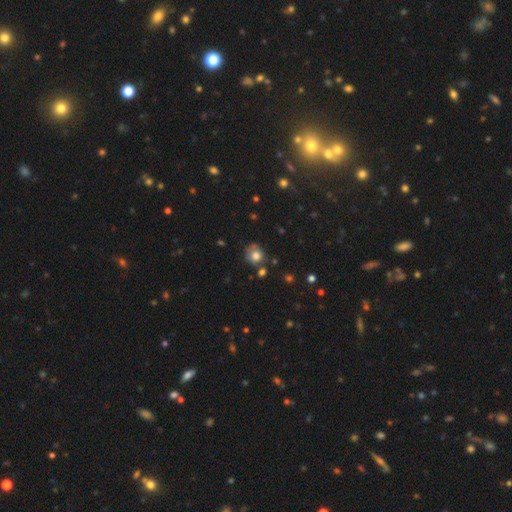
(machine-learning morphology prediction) Smooth or featured? smooth (75%)
How rounded? round (80%)
Merging? none (59%)